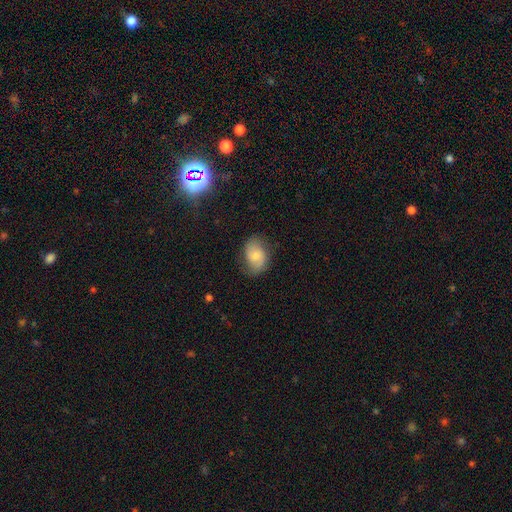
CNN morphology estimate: Smooth or featured? smooth (56%)
How rounded? in between (77%)
Merging? none (69%)